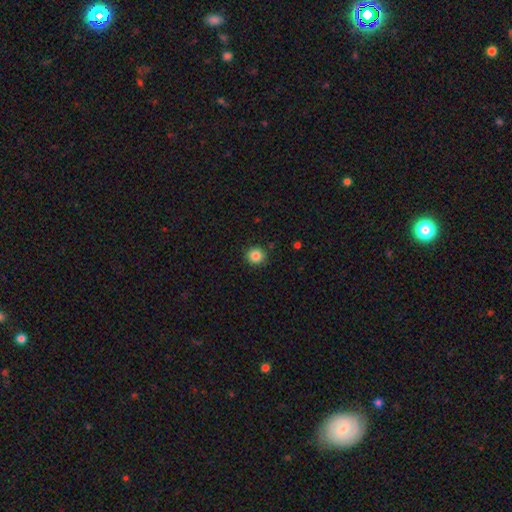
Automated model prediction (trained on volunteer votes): Morphology: type=smooth (86%); roundness=round (92%); merging=none (90%).